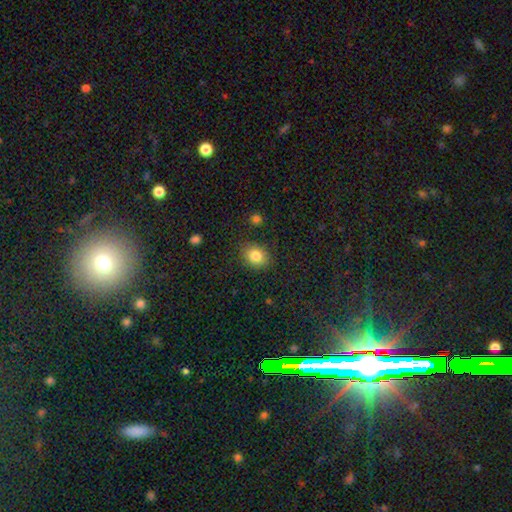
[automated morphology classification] Smooth or featured: smooth — 83% (star or artifact — 10%)
How rounded: in between — 50% (round — 49%)
Merging: none — 85% (minor disturbance — 10%)